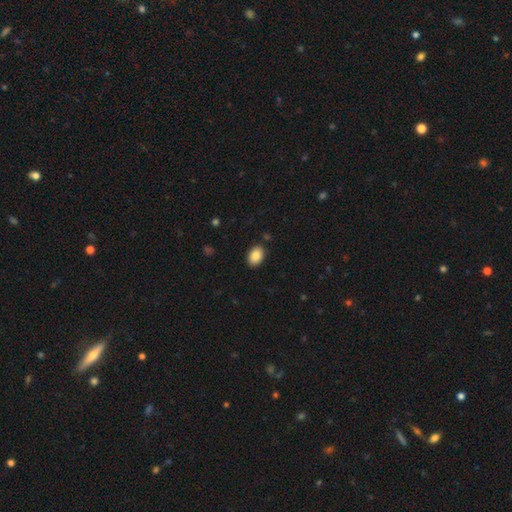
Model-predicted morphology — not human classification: Smooth or featured?
  - smooth: 87% *
  - star or artifact: 8%
  - featured or disk: 5%
How rounded?
  - in between: 83% *
  - round: 16%
  - cigar-shaped: 1%
Merging?
  - none: 88% *
  - minor disturbance: 9%
  - major disturbance: 2%
  - merger: 1%